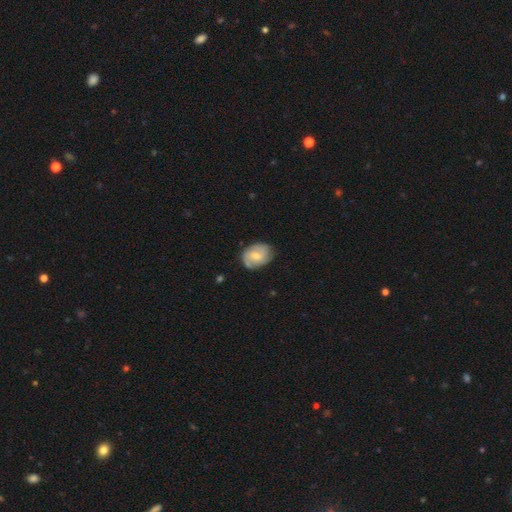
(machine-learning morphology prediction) Smooth or featured? featured or disk (56%)
Edge-on disk? no (97%)
Bar? no (51%)
Spiral arms? yes (86%)
Bulge size? moderate (51%)
Merging? none (71%)